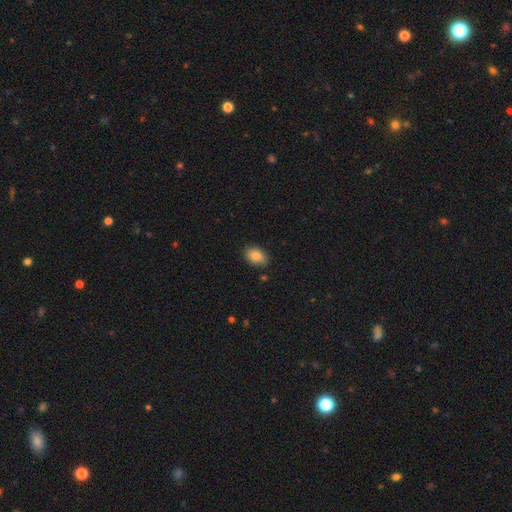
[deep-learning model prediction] Morphology: type=smooth (85%); roundness=in between (82%); merging=none (80%).